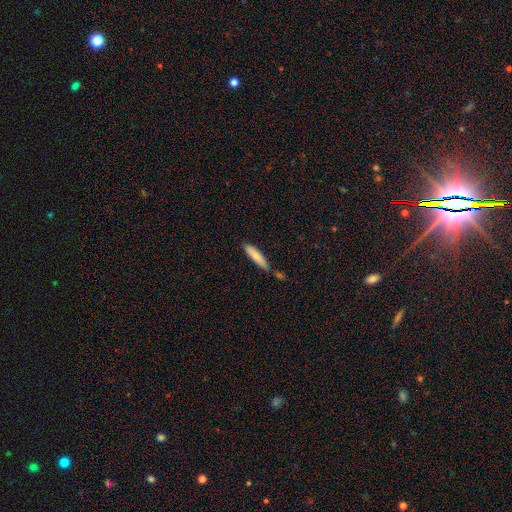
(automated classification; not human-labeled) smooth_or_featured: smooth (p=0.77) [alt: featured or disk p=0.16]
how_rounded: cigar-shaped (p=0.81) [alt: in between p=0.18]
merging: none (p=0.68) [alt: minor disturbance p=0.18]